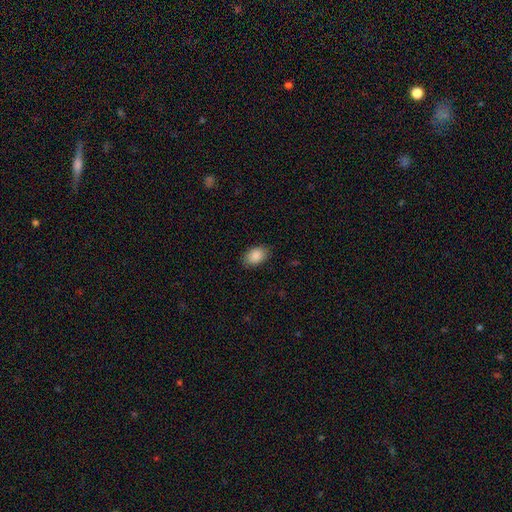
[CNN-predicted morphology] A smooth galaxy with no disk features (89%) that is in between round and cigar-shaped (87%).

Vote fractions:
- Smooth or featured? smooth: 89% / star or artifact: 7% / featured or disk: 4%
- How rounded? in between: 87% / round: 12% / cigar-shaped: 1%
- Merging? none: 85% / minor disturbance: 11% / major disturbance: 3% / merger: 1%